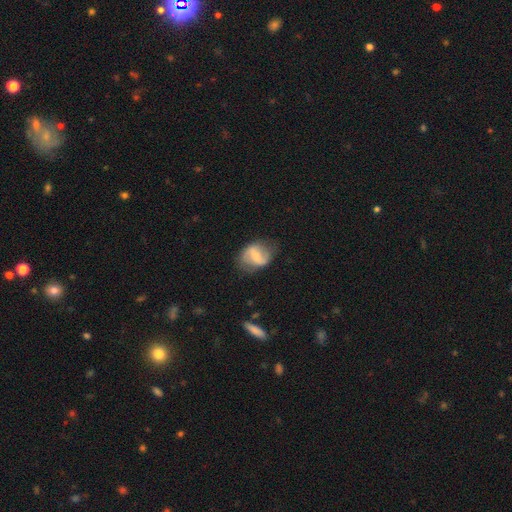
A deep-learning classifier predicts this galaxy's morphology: smooth-or-featured: featured or disk: 64% | smooth: 29% | star or artifact: 7%
  disk-edge-on: no: 97% | yes: 3%
    bar: weak: 45% | strong: 35% | no: 20%
    has-spiral-arms: yes: 83% | no: 17%
      spiral-winding: loose: 52% | medium: 35% | tight: 13%
      spiral-arm-count: 2: 86% | can't tell: 8% | 1: 3% | 3: 1% | 4: 1% | more than 4: 1%
    bulge-size: small: 50% | moderate: 36% | none: 10% | large: 3% | dominant: 1%
  merging: none: 66% | minor disturbance: 23% | major disturbance: 10% | merger: 2%